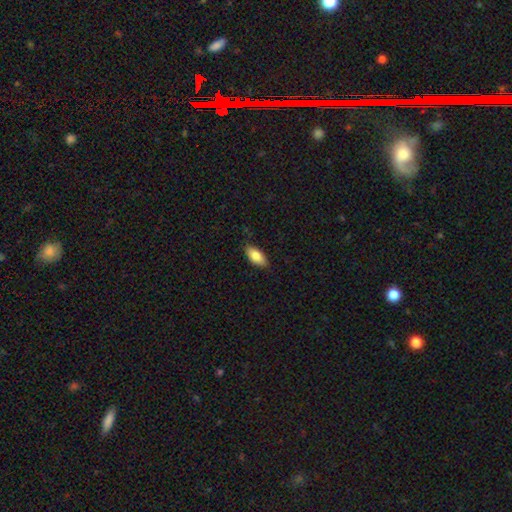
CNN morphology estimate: This is clearly a smooth galaxy (84%). How rounded: clearly in between (89%). Merging: clearly none (85%).